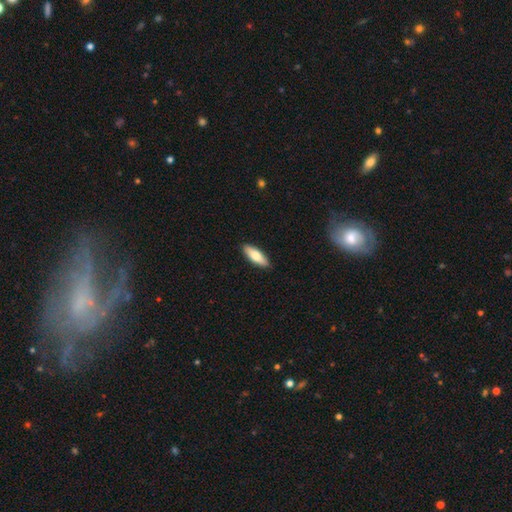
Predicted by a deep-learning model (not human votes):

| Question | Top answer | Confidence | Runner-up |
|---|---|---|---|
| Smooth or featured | smooth | 73% | featured or disk (21%) |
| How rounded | in between | 57% | cigar-shaped (41%) |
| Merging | none | 90% | minor disturbance (7%) |